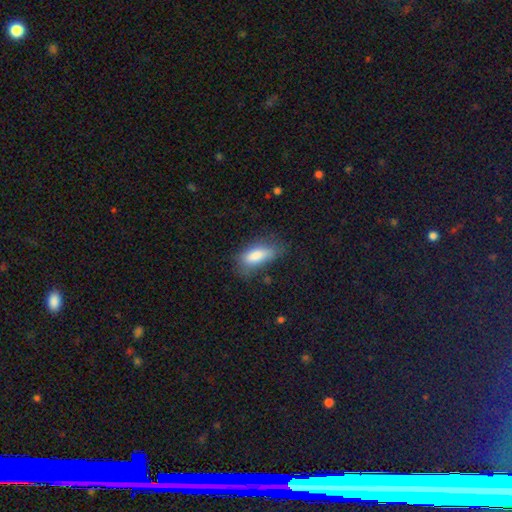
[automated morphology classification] Q: Smooth or featured?
A: smooth (81%); runner-up: featured or disk (11%)
Q: How rounded?
A: in between (78%); runner-up: cigar-shaped (19%)
Q: Merging?
A: none (57%); runner-up: minor disturbance (29%)